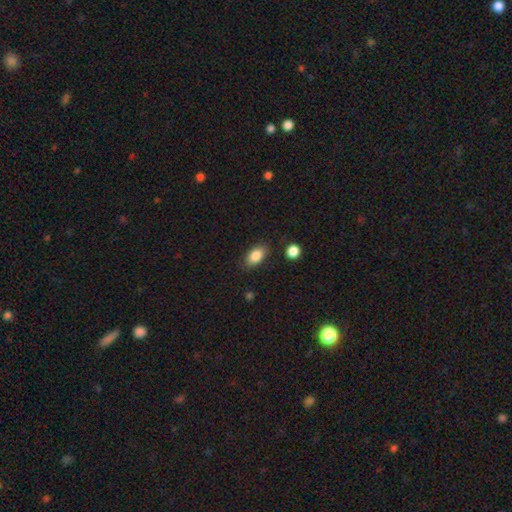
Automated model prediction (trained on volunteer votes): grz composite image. It shows a smooth galaxy with no disk features (85%) that is in between round and cigar-shaped (90%). Merging: none (84%).